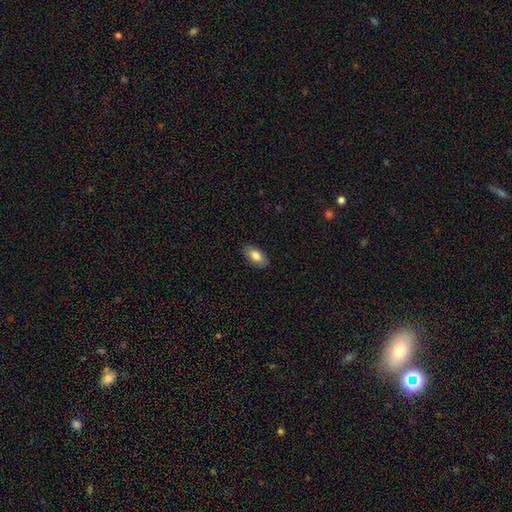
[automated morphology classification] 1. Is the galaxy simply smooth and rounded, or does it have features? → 82% smooth, 12% featured or disk, 6% star or artifact.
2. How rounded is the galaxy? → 93% in between, 3% round, 3% cigar-shaped.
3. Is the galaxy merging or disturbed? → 87% none, 10% minor disturbance, 2% major disturbance, 1% merger.